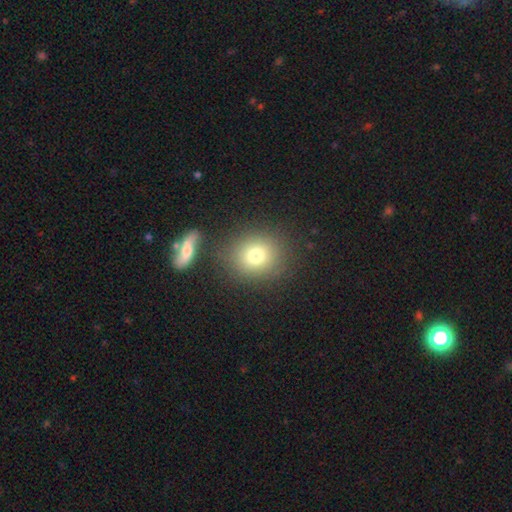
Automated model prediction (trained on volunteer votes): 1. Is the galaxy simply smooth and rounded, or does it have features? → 78% smooth, 12% star or artifact, 10% featured or disk.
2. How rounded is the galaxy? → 79% round, 20% in between, 1% cigar-shaped.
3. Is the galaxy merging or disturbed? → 79% none, 9% minor disturbance, 8% merger, 4% major disturbance.